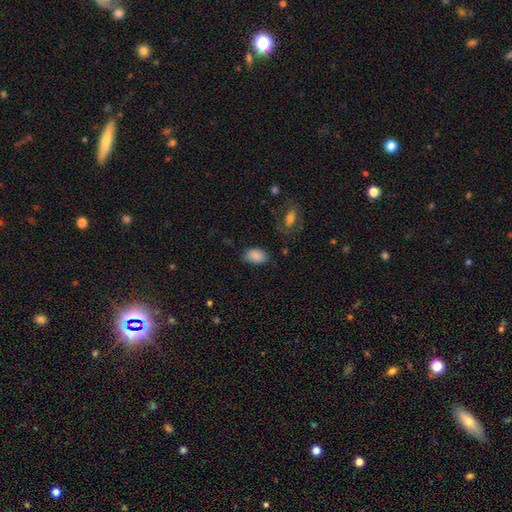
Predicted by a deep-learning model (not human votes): A smooth galaxy with no disk features (86%) that is in between round and cigar-shaped (90%).

Vote fractions:
- Smooth or featured? smooth: 86% / star or artifact: 8% / featured or disk: 6%
- How rounded? in between: 90% / round: 9% / cigar-shaped: 1%
- Merging? none: 74% / minor disturbance: 19% / major disturbance: 5% / merger: 2%